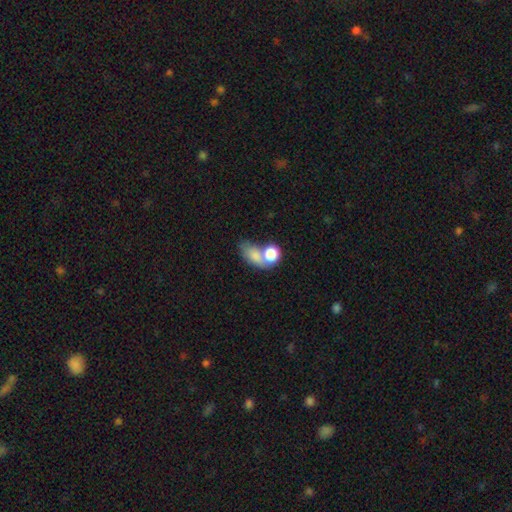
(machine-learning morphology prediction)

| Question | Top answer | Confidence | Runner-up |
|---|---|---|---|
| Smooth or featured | smooth | 75% | featured or disk (15%) |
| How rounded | in between | 71% | round (25%) |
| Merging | merger | 50% | none (25%) |